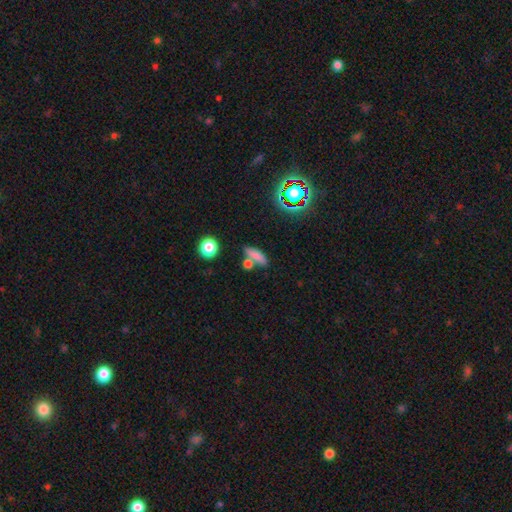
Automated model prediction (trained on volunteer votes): The model was most divided on "how rounded": cigar-shaped: 52%, in between: 40%, round: 8%. More confident: smooth or featured — smooth (75%); merging — none (61%).